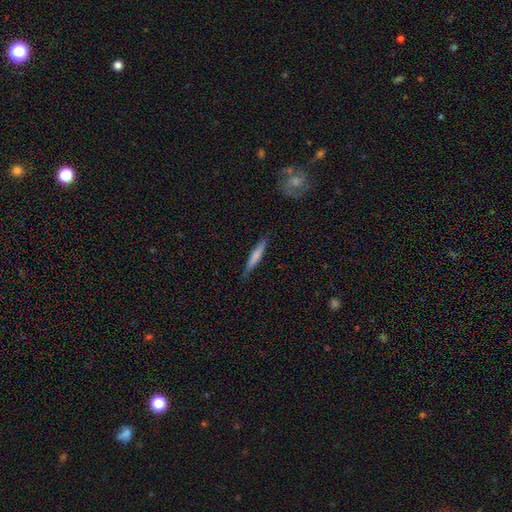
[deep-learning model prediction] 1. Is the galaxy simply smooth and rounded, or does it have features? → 66% smooth, 29% featured or disk, 5% star or artifact.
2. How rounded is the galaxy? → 93% cigar-shaped, 6% in between, 1% round.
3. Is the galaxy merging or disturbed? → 84% none, 13% minor disturbance, 2% major disturbance, 1% merger.